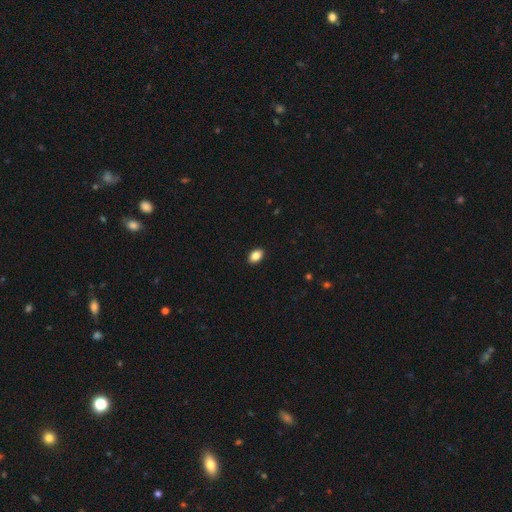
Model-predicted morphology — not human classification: Smooth or featured? Predicted: smooth (p=0.87). How rounded? Predicted: in between (p=0.87). Merging? Predicted: none (p=0.91).